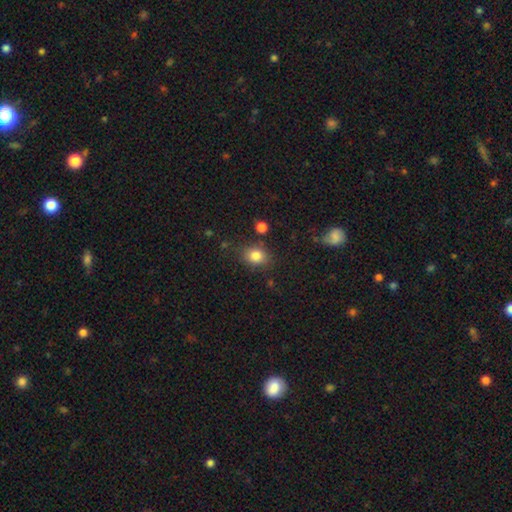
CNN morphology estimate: Smooth or featured? Predicted: smooth (p=0.82). How rounded? Predicted: round (p=0.56). Merging? Predicted: none (p=0.77).